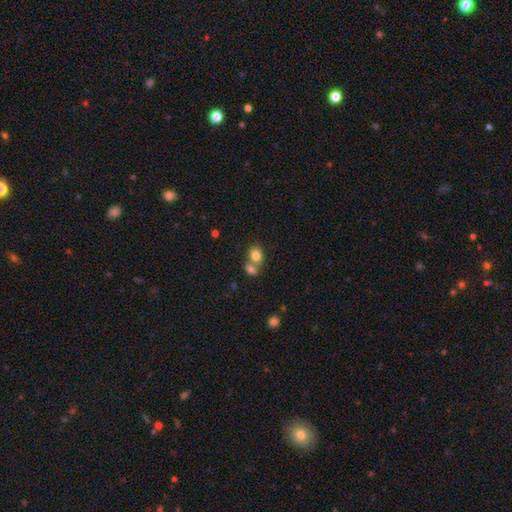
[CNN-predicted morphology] The model was most divided on "how rounded": round: 52%, in between: 47%, cigar-shaped: 1%. Remaining: smooth or featured — smooth (82%); merging — merger (48%).